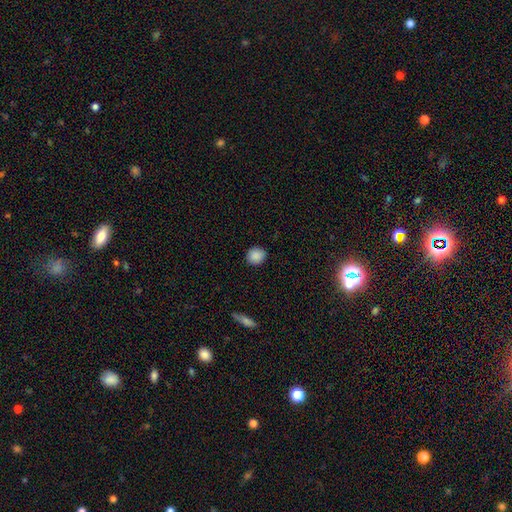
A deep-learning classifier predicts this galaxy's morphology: Smooth or featured?
  - smooth: 88% *
  - star or artifact: 9%
  - featured or disk: 3%
How rounded?
  - round: 85% *
  - in between: 14%
  - cigar-shaped: 1%
Merging?
  - none: 89% *
  - minor disturbance: 8%
  - major disturbance: 2%
  - merger: 1%